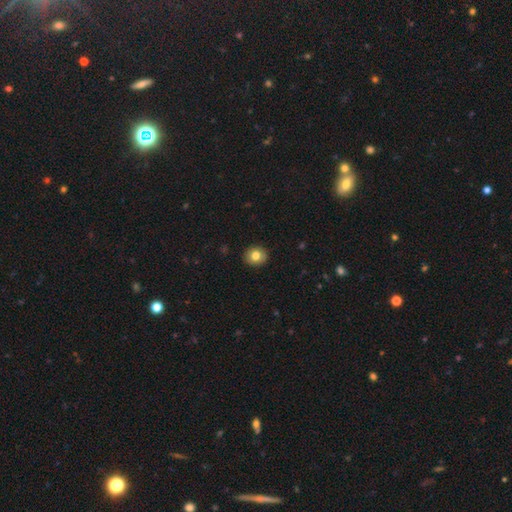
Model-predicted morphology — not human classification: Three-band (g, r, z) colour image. It shows a smooth galaxy with no disk features (79%) that is round (77%). Merging: none (90%).